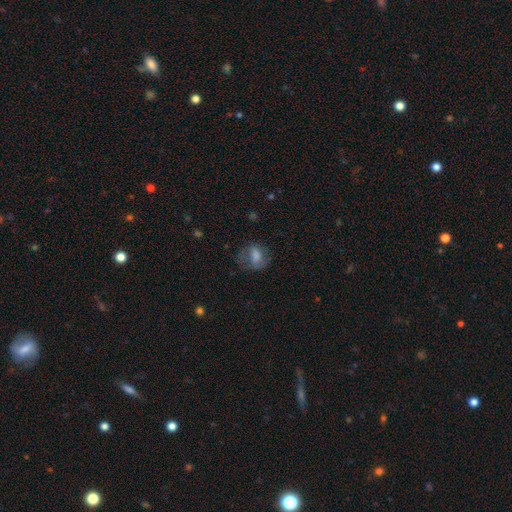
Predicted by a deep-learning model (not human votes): The model was most divided on "merging": none: 47%, major disturbance: 26%, minor disturbance: 25%, merger: 2%. More confident: how rounded — in between (66%); smooth or featured — smooth (62%).